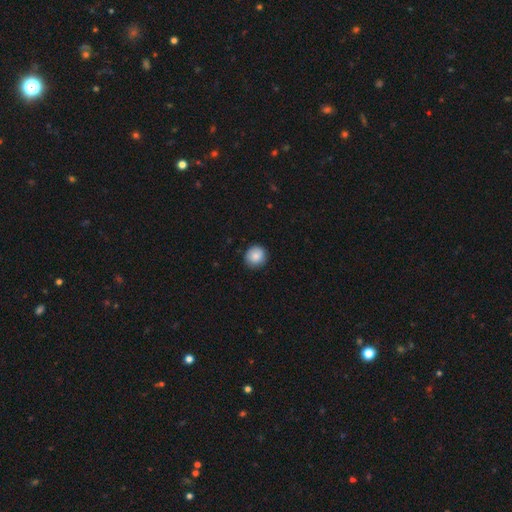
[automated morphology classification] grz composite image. It shows a smooth galaxy with no disk features (85%) that is round (90%). Merging: none (88%).